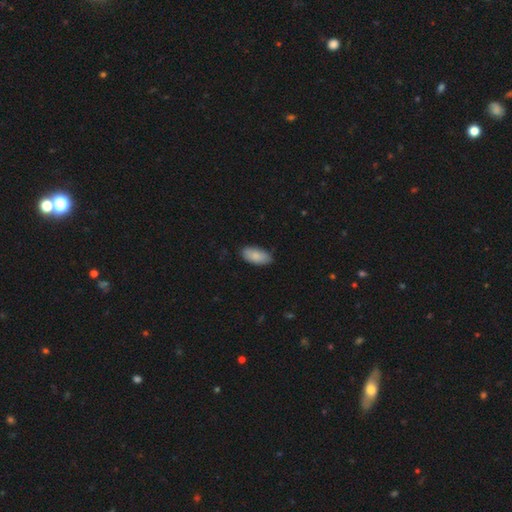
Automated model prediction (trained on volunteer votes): A smooth galaxy with no disk features (87%) that is in between round and cigar-shaped (93%). Merging: none (82%).